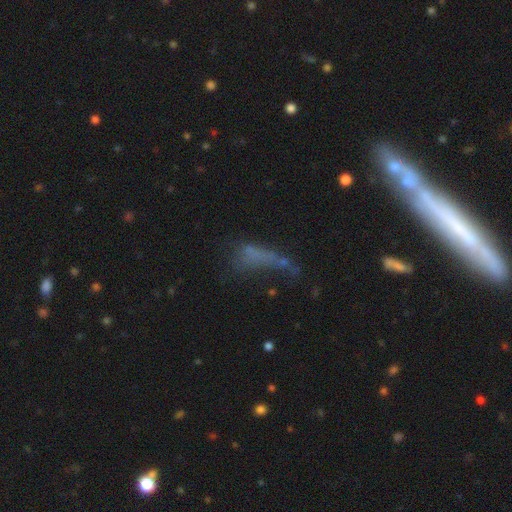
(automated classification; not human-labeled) Morphology: type=smooth (47%); merging=major disturbance (41%).